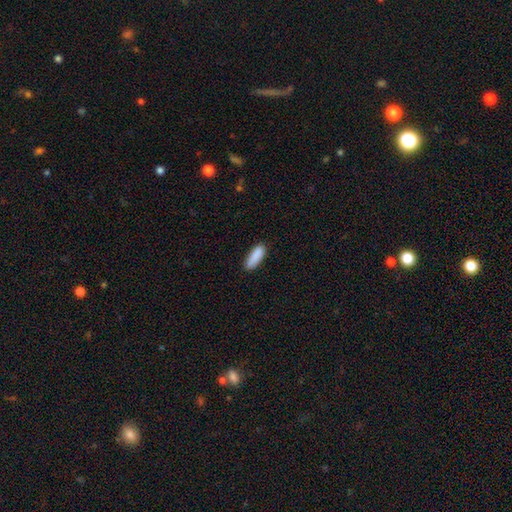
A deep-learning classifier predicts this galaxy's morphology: The model was most divided on "how rounded": in between: 54%, cigar-shaped: 45%, round: 2%. More confident: smooth or featured — smooth (89%); merging — none (84%).